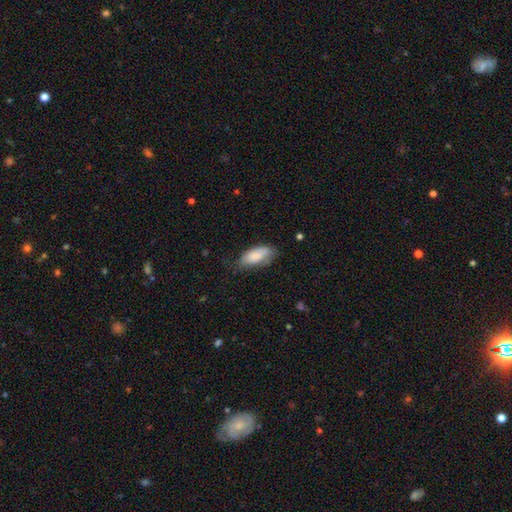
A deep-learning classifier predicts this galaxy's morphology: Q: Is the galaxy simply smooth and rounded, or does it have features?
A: smooth — 83%.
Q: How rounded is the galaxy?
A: in between — 88%.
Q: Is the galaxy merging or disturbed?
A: none — 58%.